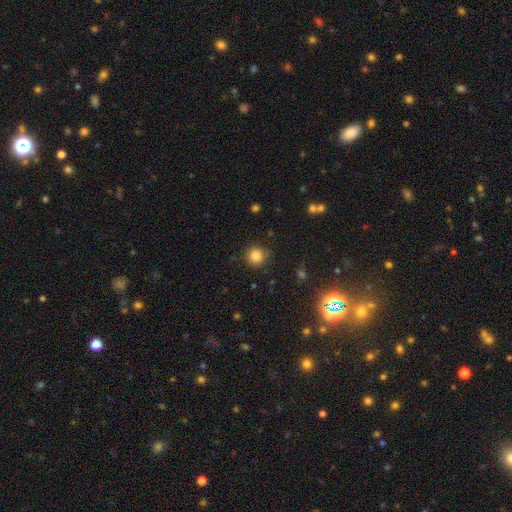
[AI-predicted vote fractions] smooth 84%, star or artifact 12%, featured or disk 4%. Down the decision tree: how rounded — round (94%); merging — none (87%).